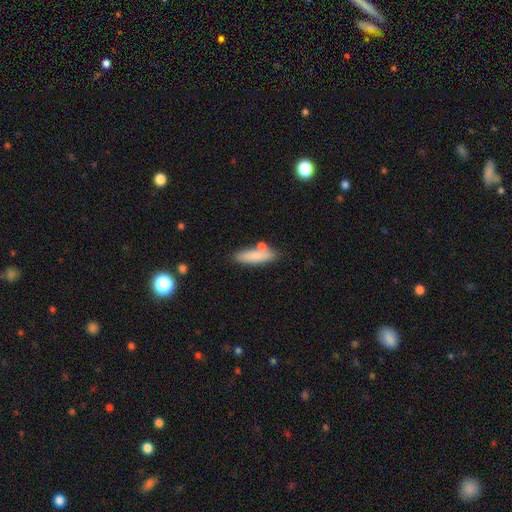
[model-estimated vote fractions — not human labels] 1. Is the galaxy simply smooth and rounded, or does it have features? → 81% smooth, 13% featured or disk, 7% star or artifact.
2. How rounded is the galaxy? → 50% cigar-shaped, 48% in between, 2% round.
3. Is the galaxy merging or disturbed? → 70% none, 14% minor disturbance, 12% merger, 3% major disturbance.